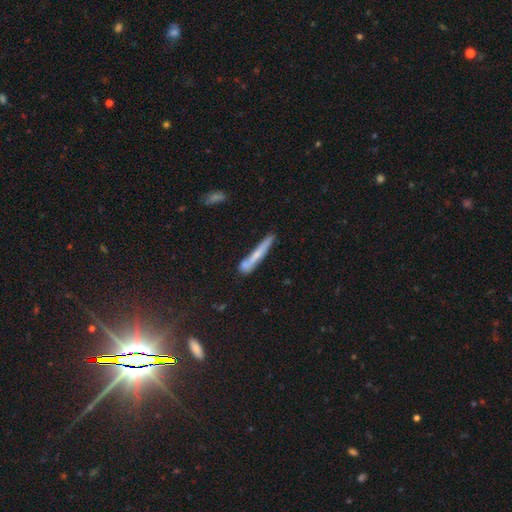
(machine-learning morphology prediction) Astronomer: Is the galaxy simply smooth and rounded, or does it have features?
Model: smooth — 57% (runner-up: featured or disk, 35%).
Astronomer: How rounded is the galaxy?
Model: cigar-shaped — 94%.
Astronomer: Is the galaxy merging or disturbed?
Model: none — 68%.